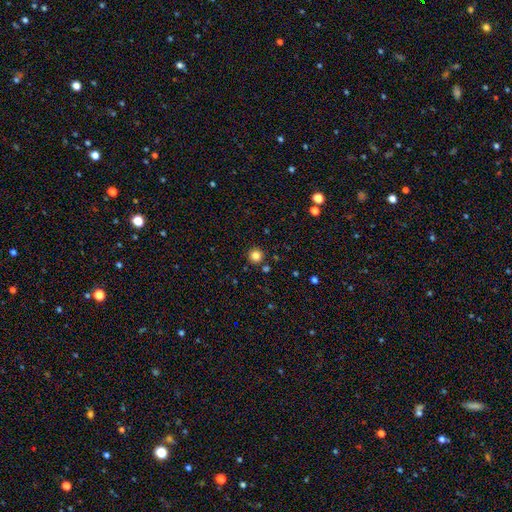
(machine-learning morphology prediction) Q: Smooth or featured?
A: smooth (83%); runner-up: star or artifact (12%)
Q: How rounded?
A: round (96%); runner-up: in between (3%)
Q: Merging?
A: none (90%); runner-up: minor disturbance (5%)